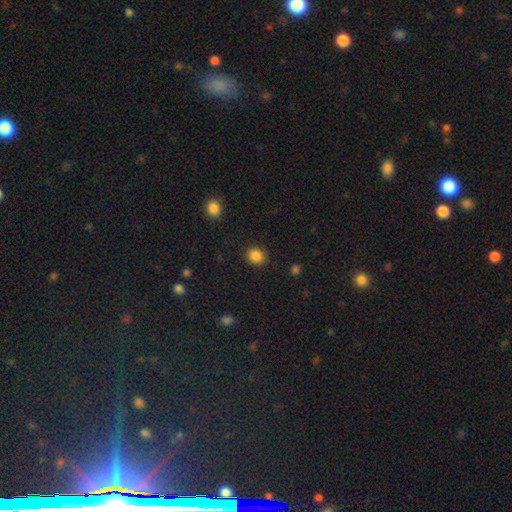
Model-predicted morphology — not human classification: Smooth or featured: smooth — 86% (star or artifact — 10%)
How rounded: round — 72% (in between — 27%)
Merging: none — 89% (minor disturbance — 7%)